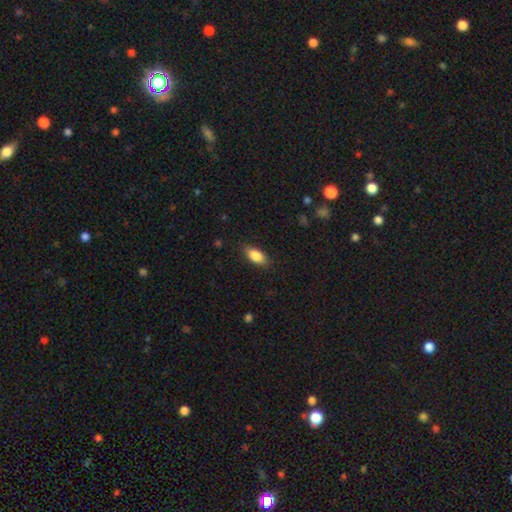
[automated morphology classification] type=smooth (85%); roundness=in between (88%); merging=none (84%).